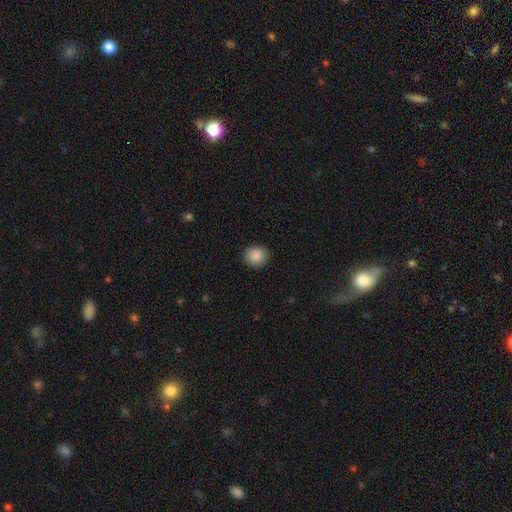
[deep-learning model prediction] Overall: smooth (88%). How rounded: round (88%). Merging: none (91%).